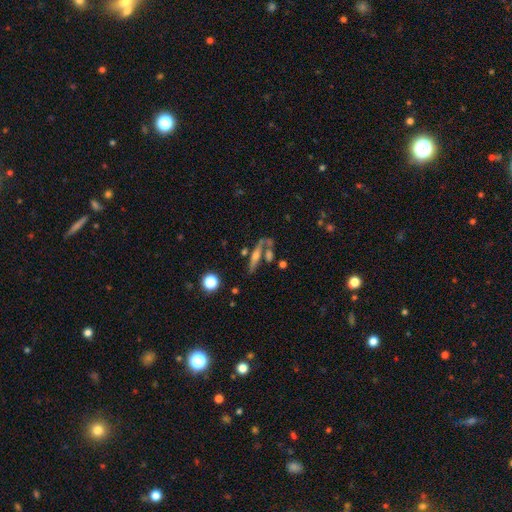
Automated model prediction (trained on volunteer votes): A featured or disk galaxy (60%) viewed edge-on (85%) with a rounded central bulge (81%).

Vote fractions:
- Smooth or featured? featured or disk: 60% / smooth: 30% / star or artifact: 10%
- Edge-on disk? yes: 85% / no: 15%
- Edge-on bulge? rounded: 81% / none: 11% / boxy: 8%
- Merging? none: 54% / merger: 22% / minor disturbance: 14% / major disturbance: 10%